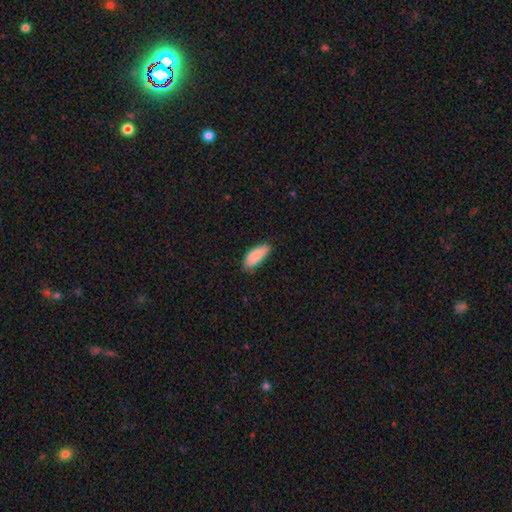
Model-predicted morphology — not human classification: Smooth or featured? smooth (87%)
How rounded? in between (78%)
Merging? none (67%)